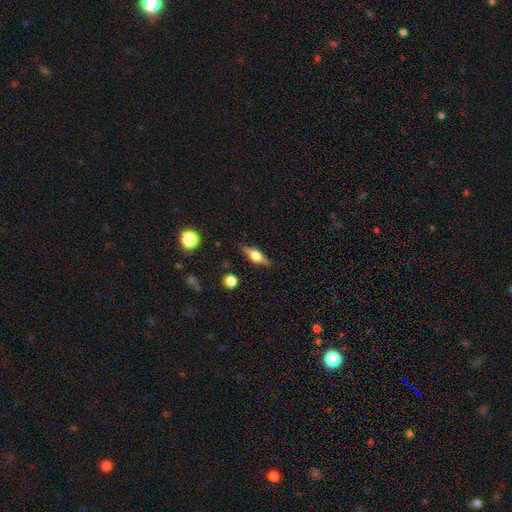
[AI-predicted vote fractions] featured or disk 57%, smooth 35%, star or artifact 8%. Down the decision tree: edge-on disk — yes (95%); edge-on bulge — rounded (89%); merging — none (85%).